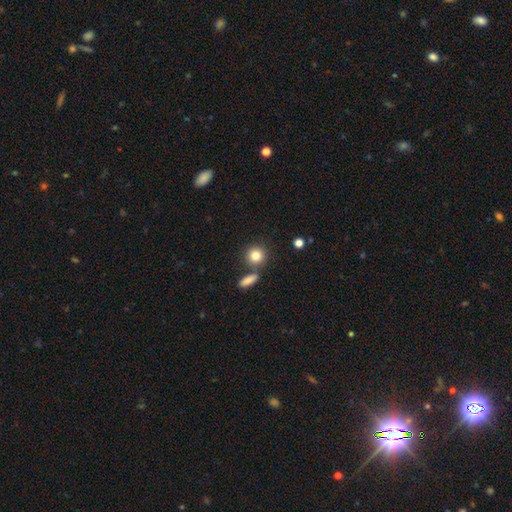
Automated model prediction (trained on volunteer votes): Morphology: type=smooth (83%); roundness=round (85%); merging=none (72%).